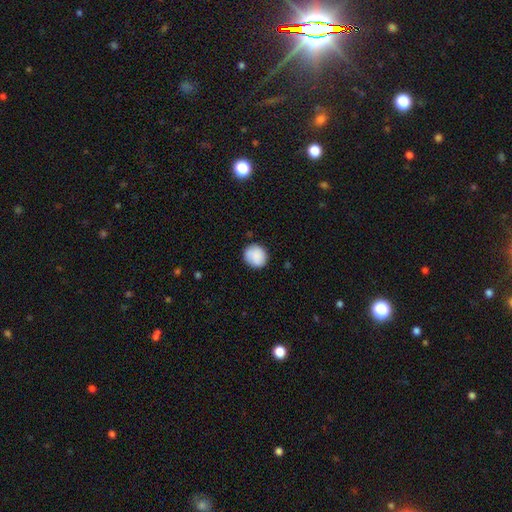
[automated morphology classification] Smooth or featured? Predicted: smooth (p=0.89). How rounded? Predicted: round (p=0.80). Merging? Predicted: none (p=0.85).